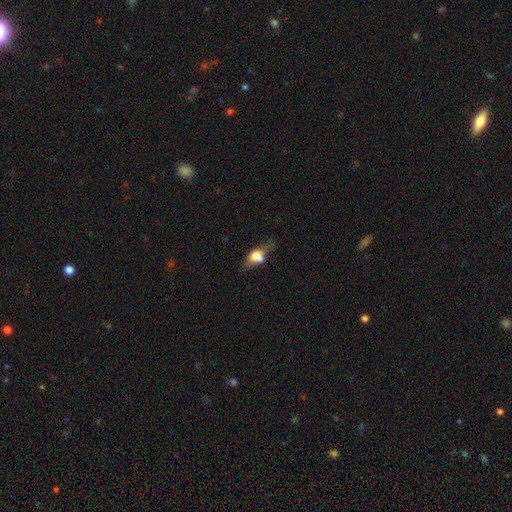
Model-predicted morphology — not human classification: This is possibly a smooth galaxy (54%). How rounded: likely in between (72%). Merging: marginally none (41%).